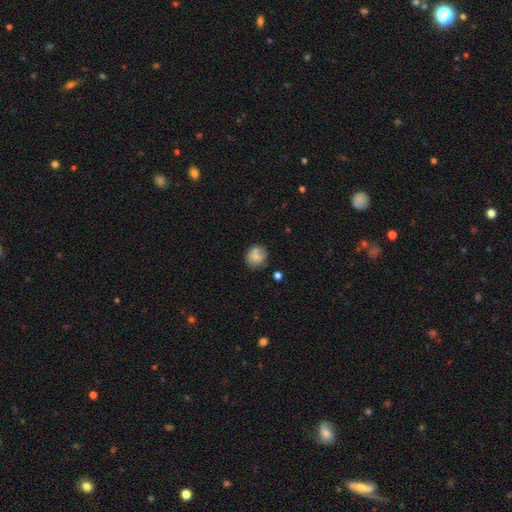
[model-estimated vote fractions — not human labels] Smooth or featured? Predicted: smooth (p=0.75). How rounded? Predicted: round (p=0.84). Merging? Predicted: none (p=0.65).